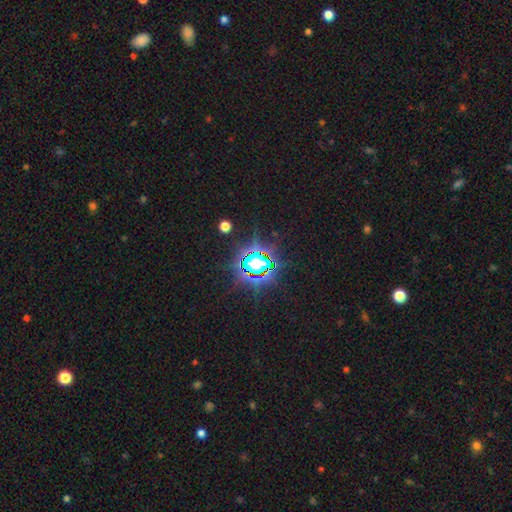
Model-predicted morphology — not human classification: Q: Smooth or featured?
A: star or artifact (76%); runner-up: smooth (15%)